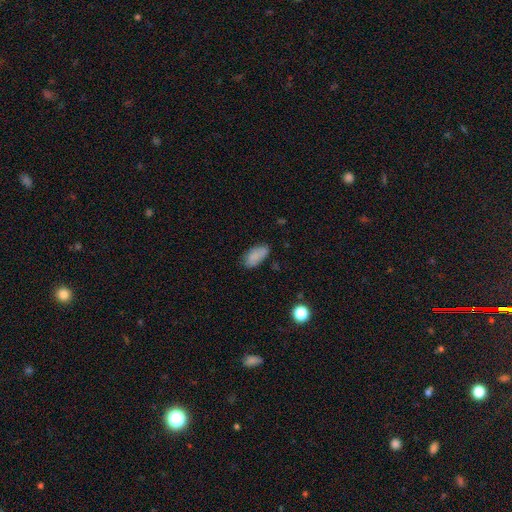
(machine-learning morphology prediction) The model was most divided on "merging": none: 73%, minor disturbance: 21%, major disturbance: 5%, merger: 2%. More confident: how rounded — in between (92%); smooth or featured — smooth (83%).